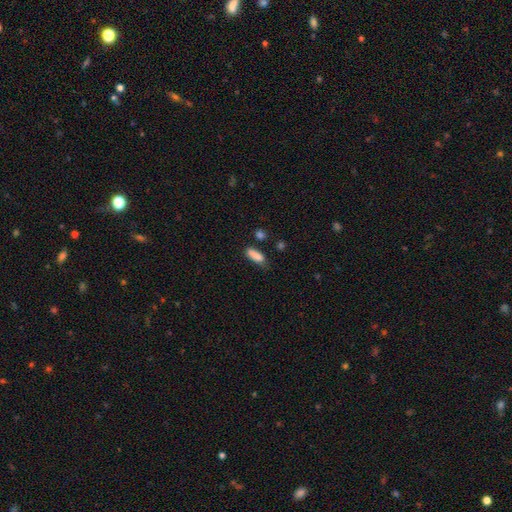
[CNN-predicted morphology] smooth_or_featured: smooth (p=0.85) [alt: star or artifact p=0.08]
how_rounded: in between (p=0.61) [alt: cigar-shaped p=0.37]
merging: none (p=0.57) [alt: minor disturbance p=0.28]